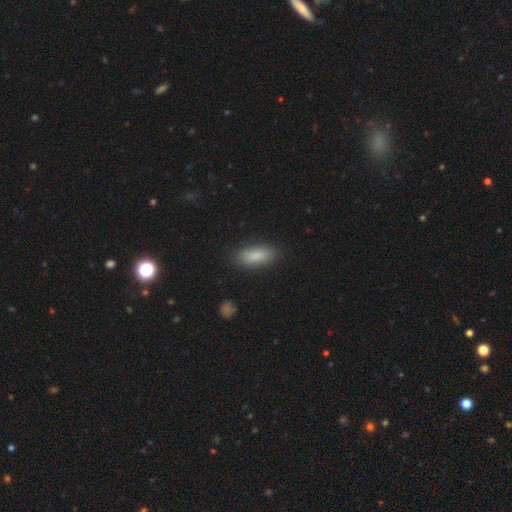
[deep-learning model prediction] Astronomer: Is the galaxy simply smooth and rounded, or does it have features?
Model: smooth — 86%.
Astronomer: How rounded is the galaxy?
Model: in between — 78%.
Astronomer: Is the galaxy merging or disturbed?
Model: none — 86%.